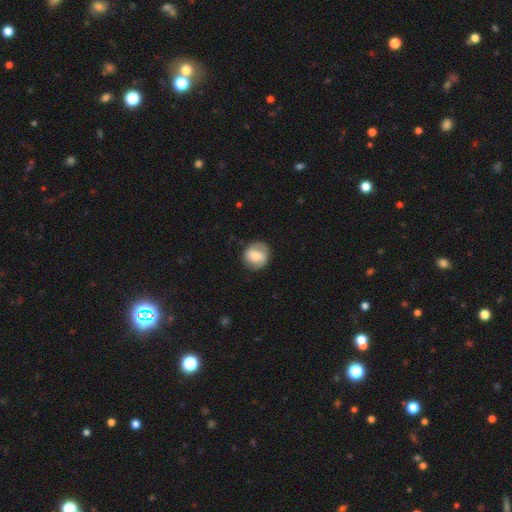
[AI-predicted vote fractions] smooth 63%, featured or disk 30%, star or artifact 7%. Down the decision tree: how rounded — round (85%); merging — none (79%).